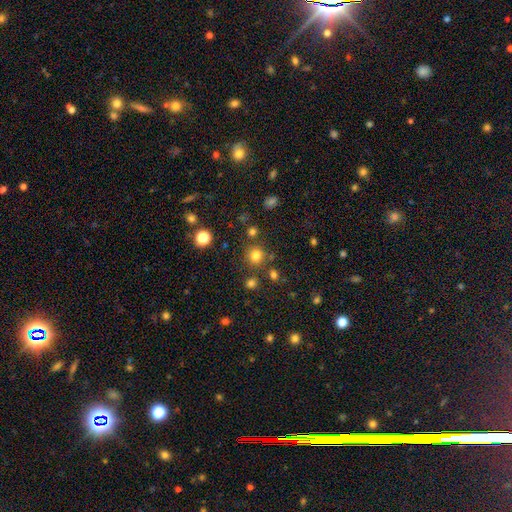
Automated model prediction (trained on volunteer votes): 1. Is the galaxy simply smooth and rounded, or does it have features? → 78% smooth, 16% star or artifact, 6% featured or disk.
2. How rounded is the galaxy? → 89% round, 10% in between, 1% cigar-shaped.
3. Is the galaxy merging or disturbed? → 80% none, 9% minor disturbance, 7% merger, 4% major disturbance.